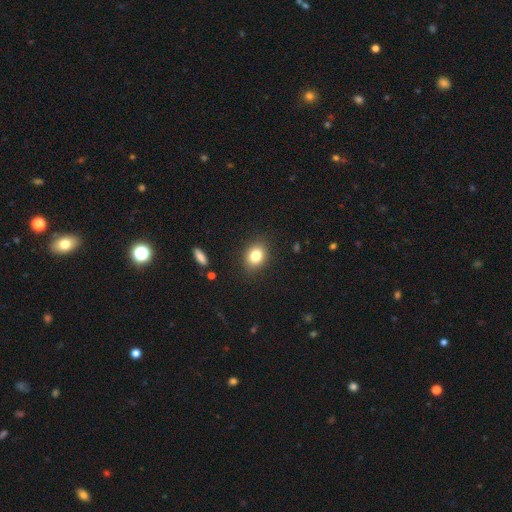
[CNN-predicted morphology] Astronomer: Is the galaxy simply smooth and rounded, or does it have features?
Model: smooth — 81%.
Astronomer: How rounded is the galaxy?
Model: in between — 51% (runner-up: round, 48%).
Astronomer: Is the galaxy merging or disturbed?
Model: none — 87%.